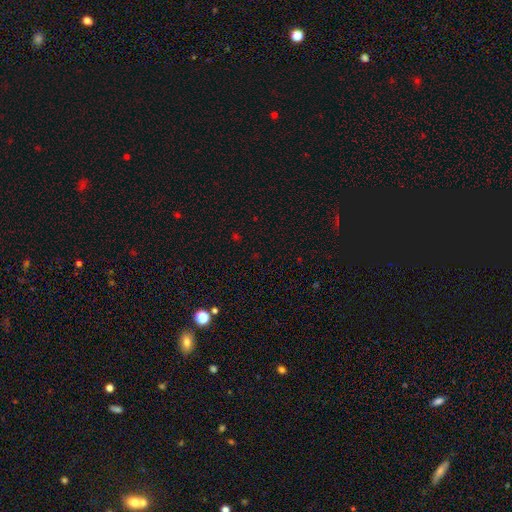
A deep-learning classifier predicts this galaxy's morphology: Smooth or featured?
  - star or artifact: 63% *
  - smooth: 30%
  - featured or disk: 7%